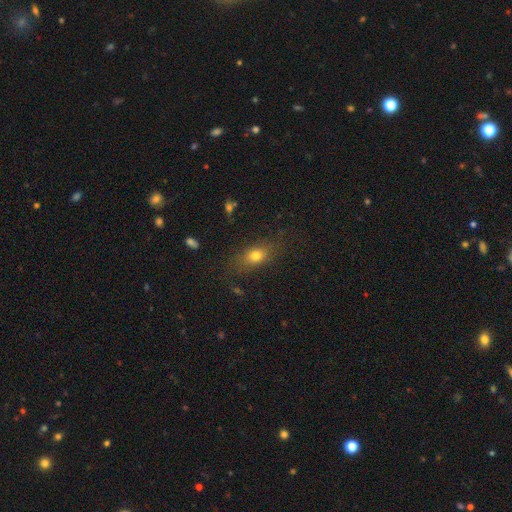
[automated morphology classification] type=smooth (74%); roundness=in between (72%); merging=none (77%).